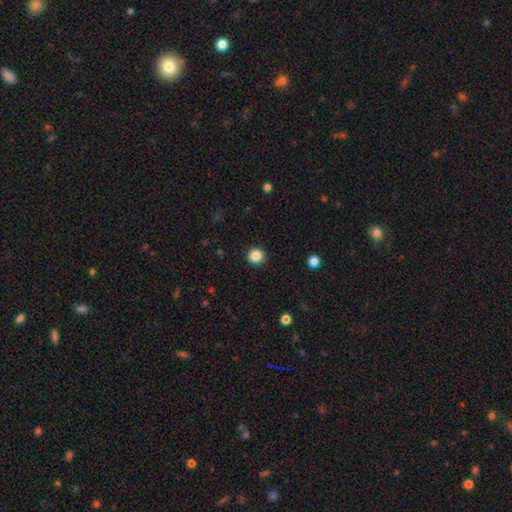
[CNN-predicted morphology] This is clearly a smooth galaxy (86%). How rounded: clearly round (95%). Merging: clearly none (93%).